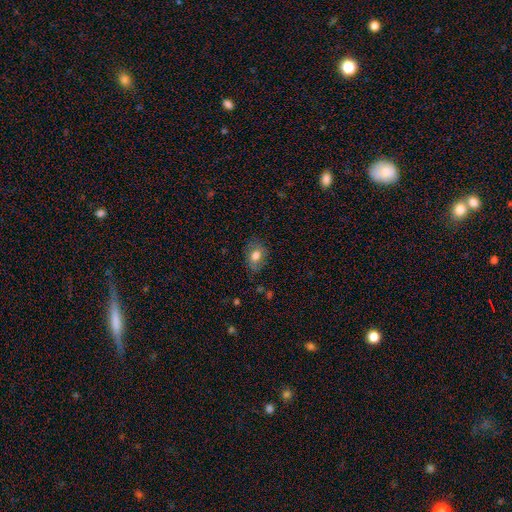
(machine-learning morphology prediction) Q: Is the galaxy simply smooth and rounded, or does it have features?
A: smooth — 76%.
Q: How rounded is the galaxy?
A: in between — 71%.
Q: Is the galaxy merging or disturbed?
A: none — 74%.